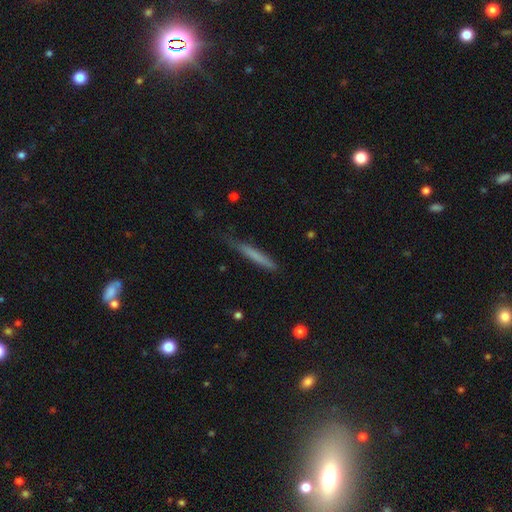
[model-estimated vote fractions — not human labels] Q: Smooth or featured?
A: smooth (69%); runner-up: featured or disk (24%)
Q: How rounded?
A: cigar-shaped (95%); runner-up: in between (3%)
Q: Merging?
A: none (73%); runner-up: minor disturbance (21%)